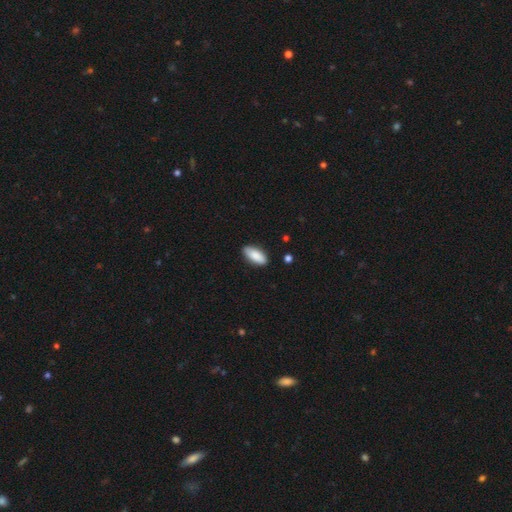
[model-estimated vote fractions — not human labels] smooth_or_featured: smooth (p=0.87) [alt: featured or disk p=0.07]
how_rounded: in between (p=0.87) [alt: cigar-shaped p=0.11]
merging: none (p=0.86) [alt: minor disturbance p=0.10]